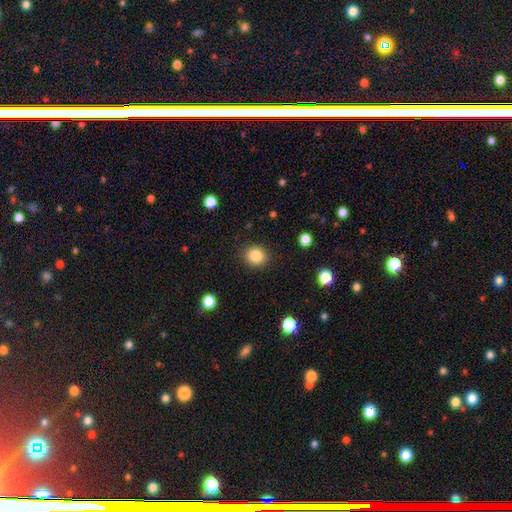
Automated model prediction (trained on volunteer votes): smooth_or_featured: smooth (p=0.85) [alt: star or artifact p=0.10]
how_rounded: round (p=0.74) [alt: in between p=0.25]
merging: none (p=0.88) [alt: minor disturbance p=0.08]